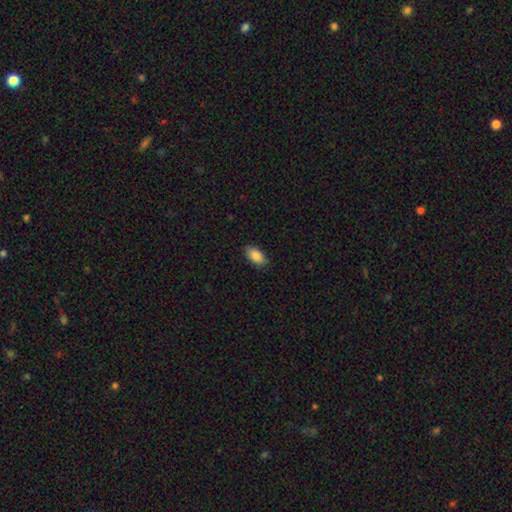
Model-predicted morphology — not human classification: Q: Smooth or featured?
A: smooth (87%); runner-up: star or artifact (7%)
Q: How rounded?
A: in between (93%); runner-up: cigar-shaped (4%)
Q: Merging?
A: none (87%); runner-up: minor disturbance (10%)